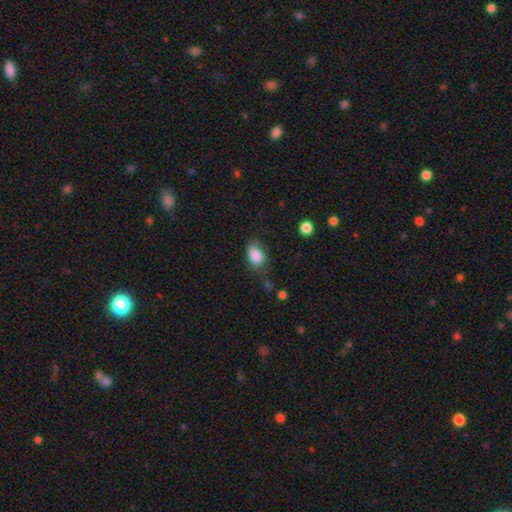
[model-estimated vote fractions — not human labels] smooth-or-featured: smooth: 85% | star or artifact: 8% | featured or disk: 7%
  how-rounded: in between: 79% | round: 20% | cigar-shaped: 1%
  merging: none: 55% | minor disturbance: 31% | major disturbance: 11% | merger: 3%